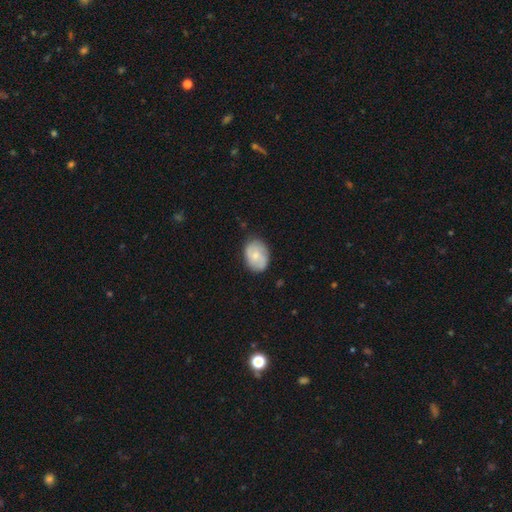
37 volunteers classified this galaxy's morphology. Smooth or featured?
  - smooth: 62% *
  - featured or disk: 35%
  - star or artifact: 3%
How rounded?
  - in between: 70% *
  - round: 26%
  - cigar-shaped: 4%
Merging?
  - none: 67% *
  - minor disturbance: 28%
  - major disturbance: 6%
  - merger: 0%